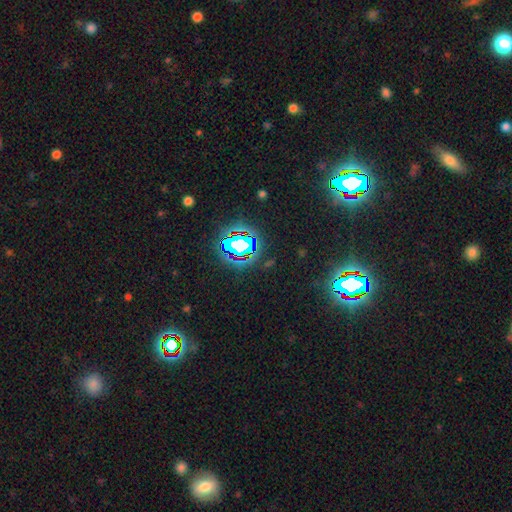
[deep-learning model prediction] The model was most divided on "smooth or featured": star or artifact: 82%, smooth: 10%, featured or disk: 8%.